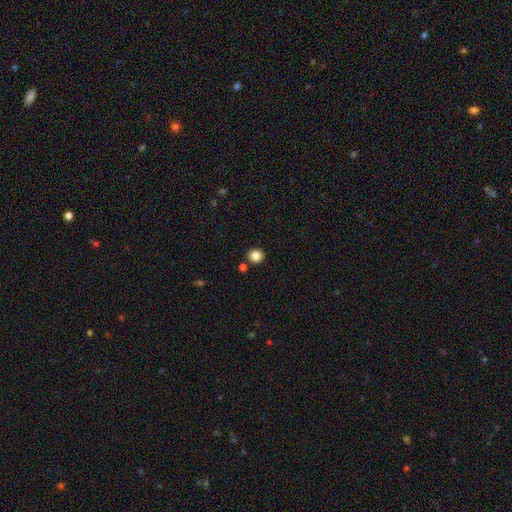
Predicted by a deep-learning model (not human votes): smooth_or_featured: smooth (p=0.85) [alt: star or artifact p=0.11]
how_rounded: round (p=0.87) [alt: in between p=0.12]
merging: none (p=0.85) [alt: minor disturbance p=0.07]